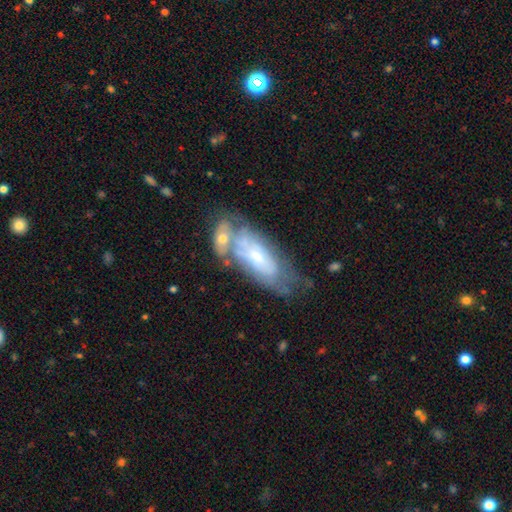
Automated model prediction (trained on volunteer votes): Smooth or featured?
  - featured or disk: 55% *
  - smooth: 38%
  - star or artifact: 7%
Edge-on disk?
  - no: 86% *
  - yes: 14%
Merging?
  - none: 36% *
  - merger: 31%
  - minor disturbance: 21%
  - major disturbance: 12%